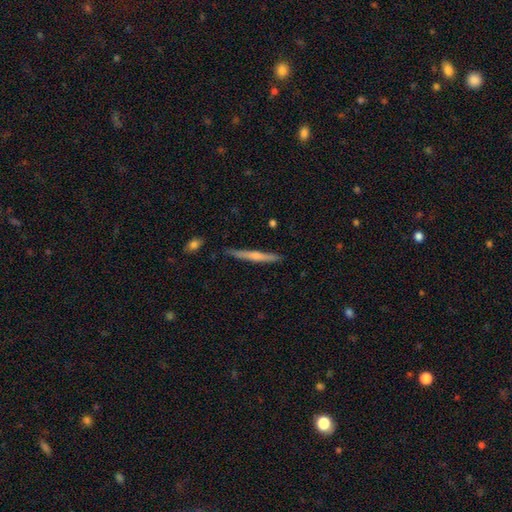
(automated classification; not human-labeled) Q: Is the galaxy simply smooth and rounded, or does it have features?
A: featured or disk — 56%.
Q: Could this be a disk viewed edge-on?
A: yes — 97%.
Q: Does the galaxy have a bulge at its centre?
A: rounded — 54%.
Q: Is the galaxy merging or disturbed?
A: none — 89%.